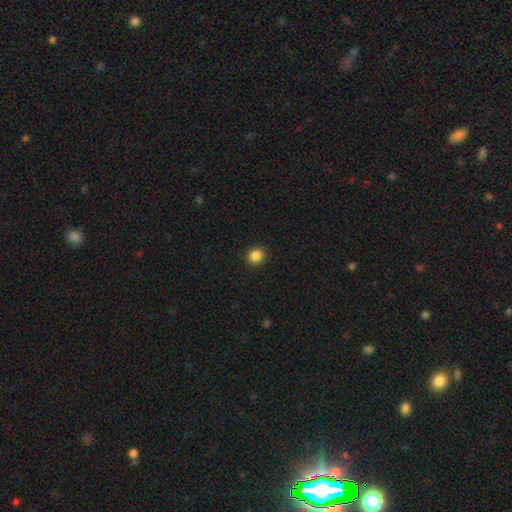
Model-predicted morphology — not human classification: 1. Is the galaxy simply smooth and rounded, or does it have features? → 86% smooth, 11% star or artifact, 3% featured or disk.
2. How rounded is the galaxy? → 83% round, 16% in between, 1% cigar-shaped.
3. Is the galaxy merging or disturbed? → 92% none, 5% minor disturbance, 2% major disturbance, 1% merger.